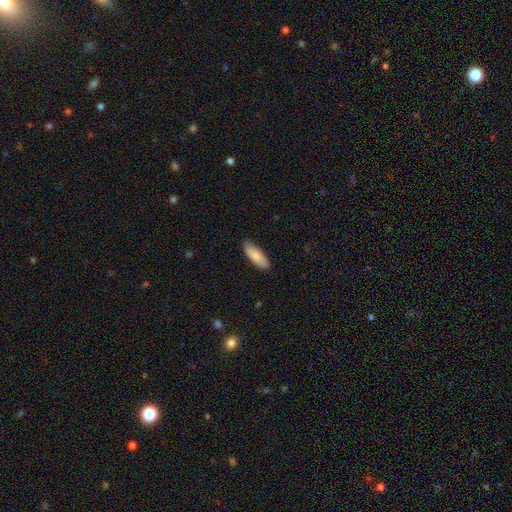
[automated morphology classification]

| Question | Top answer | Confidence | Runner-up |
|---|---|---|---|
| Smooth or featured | smooth | 86% | featured or disk (9%) |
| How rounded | in between | 62% | cigar-shaped (37%) |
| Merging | none | 84% | minor disturbance (13%) |